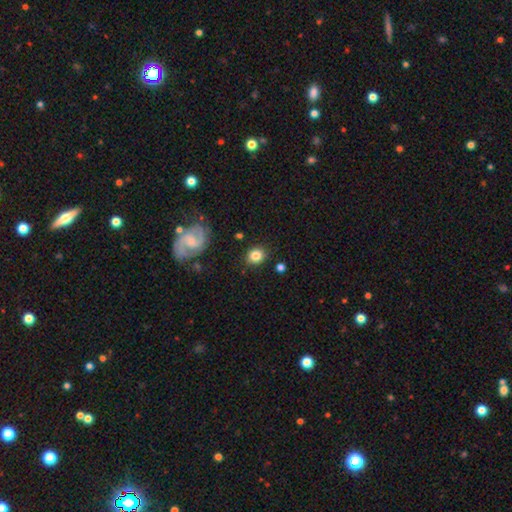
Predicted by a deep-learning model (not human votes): Morphology: type=smooth (81%); roundness=round (77%); merging=none (85%).